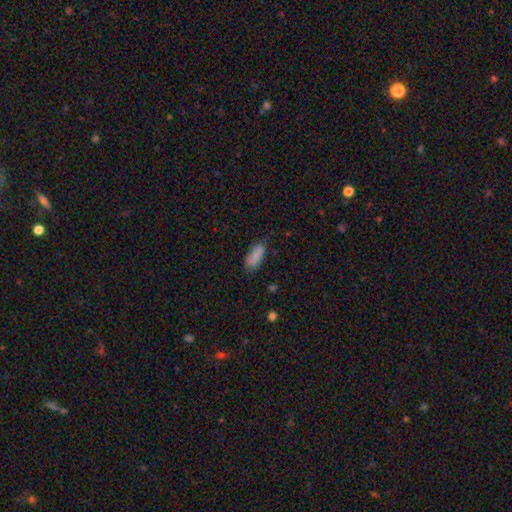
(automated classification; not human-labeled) This appears to be a smooth galaxy with no disk features (86%) that is in between round and cigar-shaped (78%). Merging: none (76%).